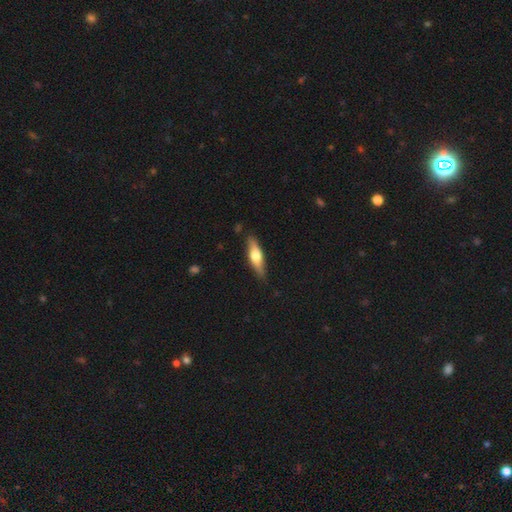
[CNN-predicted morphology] The model was most divided on "smooth or featured": featured or disk: 48%, smooth: 47%, star or artifact: 6%. More confident: merging — none (85%).